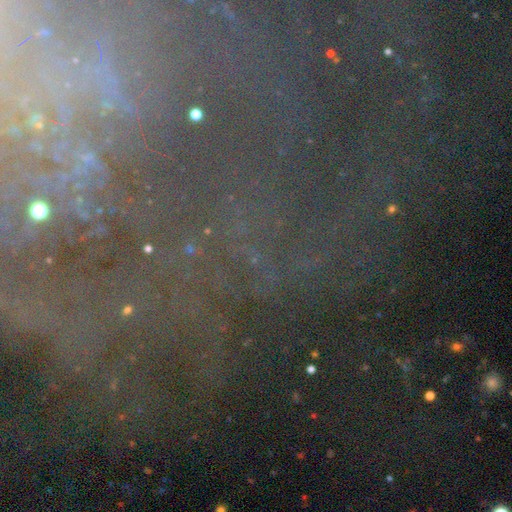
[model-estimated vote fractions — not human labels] smooth_or_featured: star or artifact (p=0.66) [alt: featured or disk p=0.23]